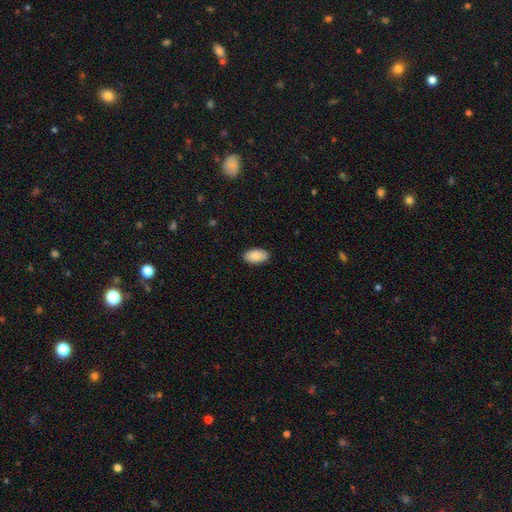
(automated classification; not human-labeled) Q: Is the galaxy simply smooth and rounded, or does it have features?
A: smooth — 90%.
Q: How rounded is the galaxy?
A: in between — 96%.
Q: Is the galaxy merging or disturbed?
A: none — 90%.